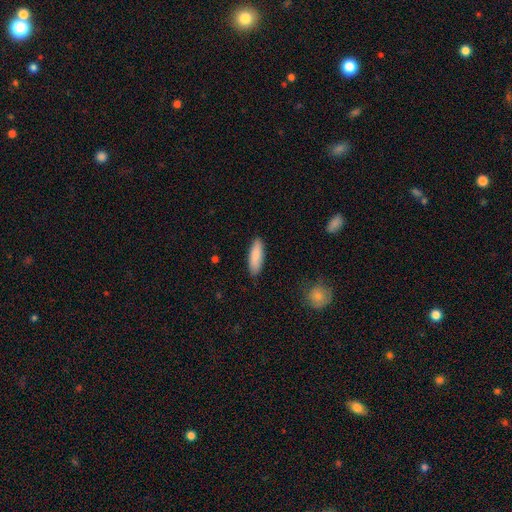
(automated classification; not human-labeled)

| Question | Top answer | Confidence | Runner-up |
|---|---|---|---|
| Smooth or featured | smooth | 87% | featured or disk (7%) |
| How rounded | in between | 57% | cigar-shaped (41%) |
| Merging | none | 88% | minor disturbance (9%) |